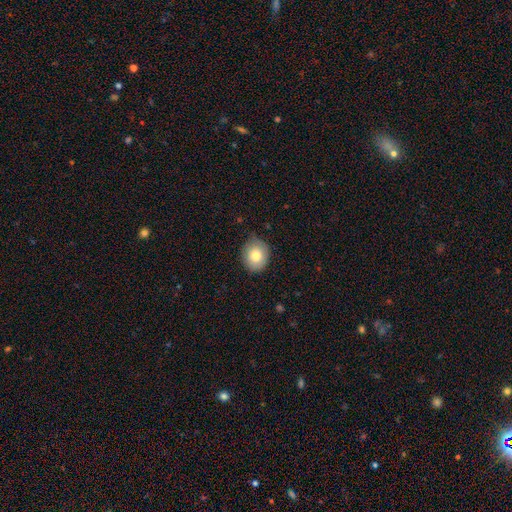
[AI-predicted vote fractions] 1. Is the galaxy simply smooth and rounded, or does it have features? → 79% smooth, 12% featured or disk, 8% star or artifact.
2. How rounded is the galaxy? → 67% round, 32% in between, 1% cigar-shaped.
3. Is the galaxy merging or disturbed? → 74% none, 21% minor disturbance, 3% major disturbance, 1% merger.